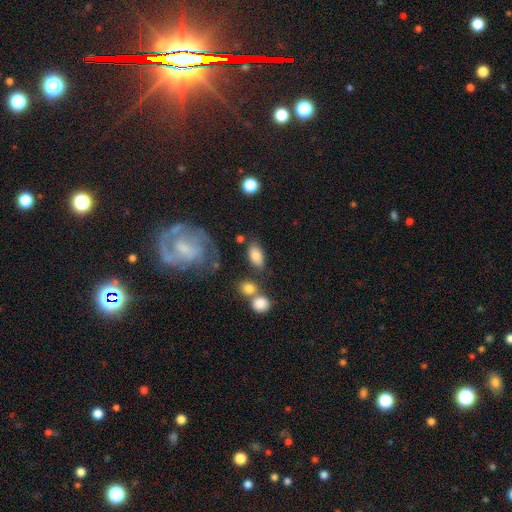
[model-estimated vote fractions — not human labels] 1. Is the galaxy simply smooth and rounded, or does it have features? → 78% smooth, 14% featured or disk, 8% star or artifact.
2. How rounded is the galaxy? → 90% in between, 7% round, 3% cigar-shaped.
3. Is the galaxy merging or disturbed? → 69% none, 15% minor disturbance, 9% merger, 7% major disturbance.